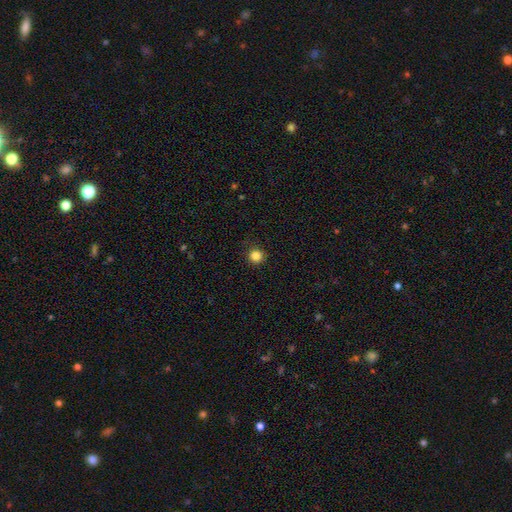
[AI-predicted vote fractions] A smooth galaxy with no disk features (84%) that is round (95%). Merging: none (91%).